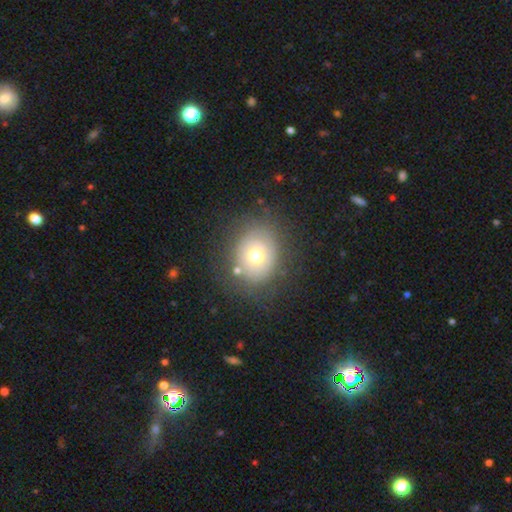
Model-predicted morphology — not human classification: smooth 62%, featured or disk 27%, star or artifact 11%. Down the decision tree: how rounded — round (61%); merging — none (75%).